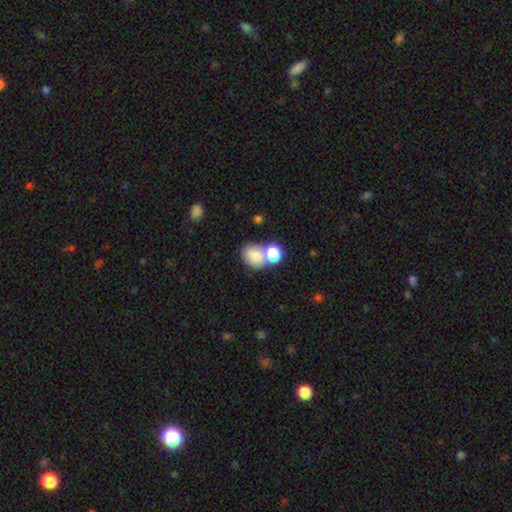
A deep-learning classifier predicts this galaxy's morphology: smooth 78%, featured or disk 11%, star or artifact 11%. Down the decision tree: how rounded — in between (60%); merging — merger (45%).